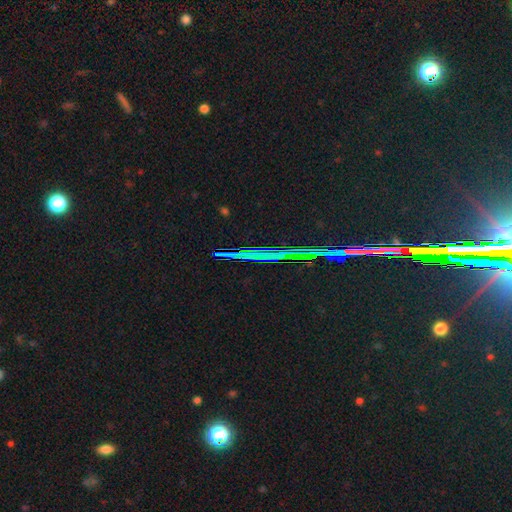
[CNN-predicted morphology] This appears to be a star or artifact, not a galaxy (82%).